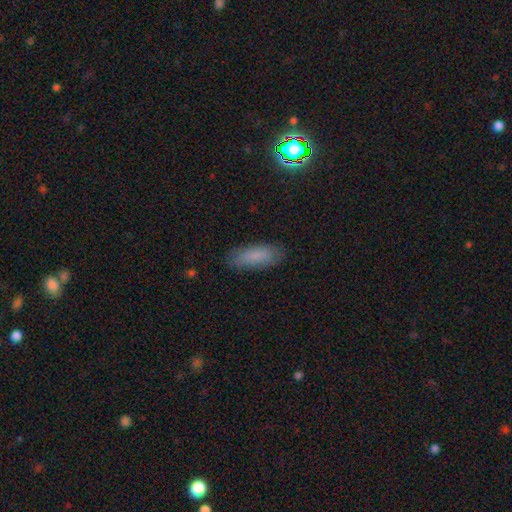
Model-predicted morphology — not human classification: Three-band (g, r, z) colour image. It shows a smooth galaxy with no disk features (79%) that is in between round and cigar-shaped (67%). Merging: none (82%).